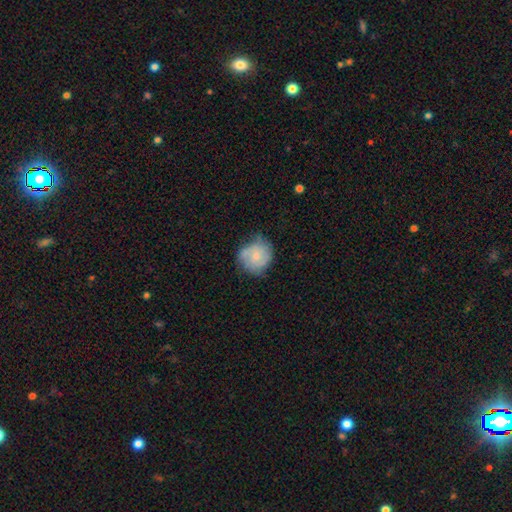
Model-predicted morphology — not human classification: This appears to be a smooth galaxy with no disk features (51%) that is round (83%). Merging: none (57%).